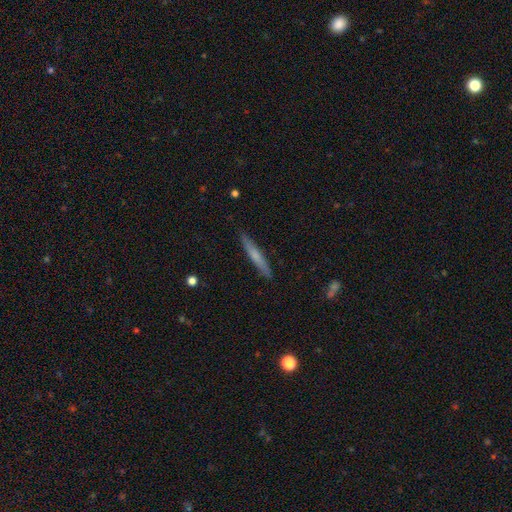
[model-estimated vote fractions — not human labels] This is possibly a smooth galaxy (57%). How rounded: clearly cigar-shaped (95%). Merging: clearly none (89%).